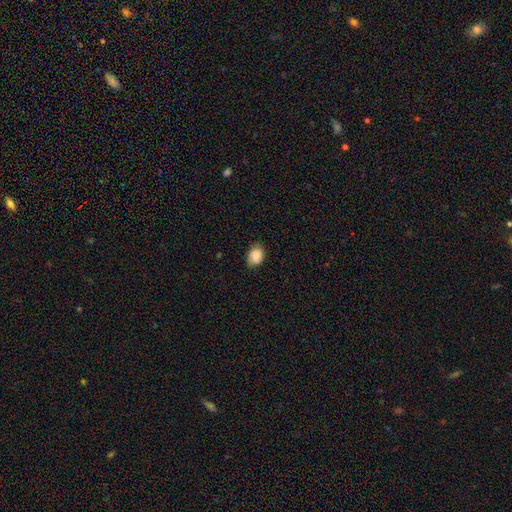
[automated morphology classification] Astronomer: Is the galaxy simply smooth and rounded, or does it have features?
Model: smooth — 87%.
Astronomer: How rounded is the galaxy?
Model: in between — 71%.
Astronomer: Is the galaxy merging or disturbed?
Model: none — 76%.